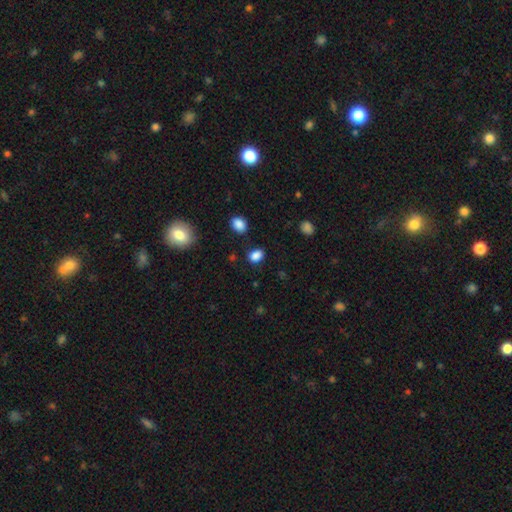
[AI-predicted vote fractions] Smooth or featured: smooth — 85% (star or artifact — 11%)
How rounded: in between — 65% (round — 34%)
Merging: none — 78% (minor disturbance — 14%)